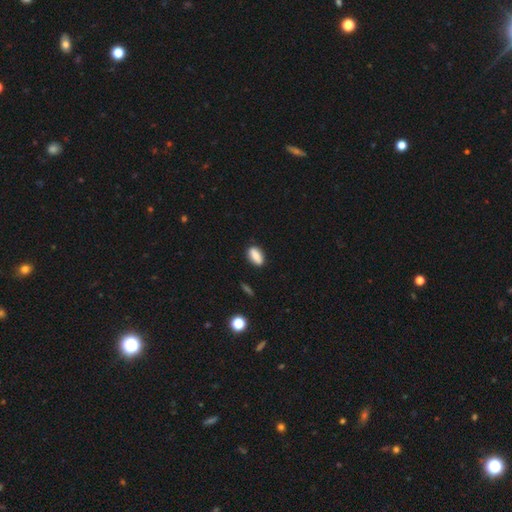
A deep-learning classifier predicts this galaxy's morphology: Smooth or featured? smooth (84%)
How rounded? in between (85%)
Merging? none (84%)